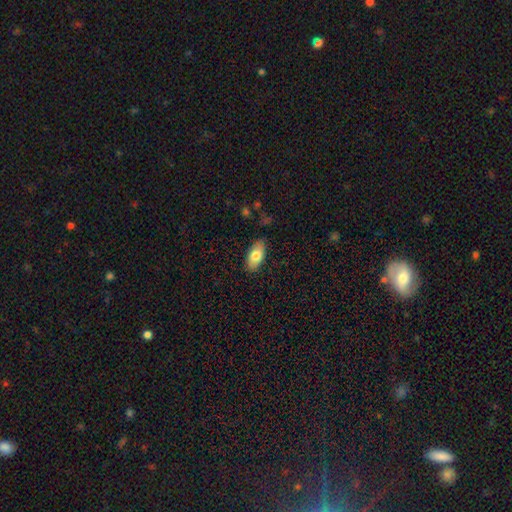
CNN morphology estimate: type=smooth (78%); roundness=in between (91%); merging=none (85%).